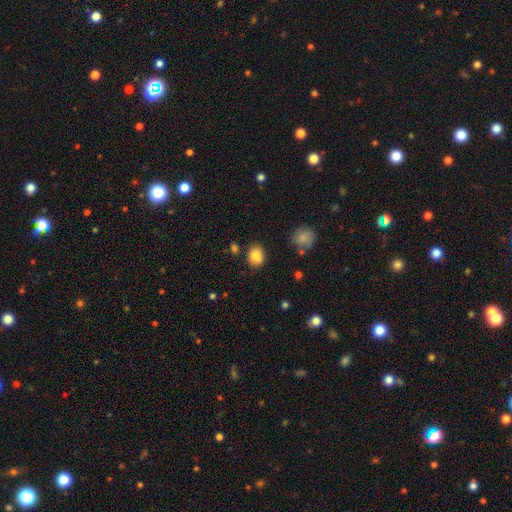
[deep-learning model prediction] Overall: smooth (81%). How rounded: in between (52%; round 47%). Merging: none (73%).